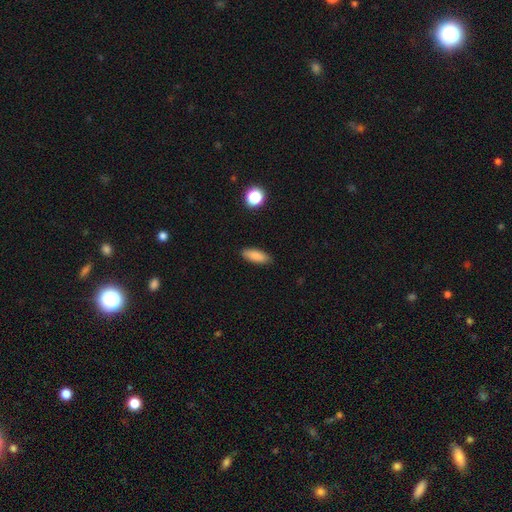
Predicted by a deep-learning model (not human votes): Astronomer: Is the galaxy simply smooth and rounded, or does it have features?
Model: smooth — 86%.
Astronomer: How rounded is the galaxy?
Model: in between — 72%.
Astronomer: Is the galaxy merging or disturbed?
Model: none — 88%.